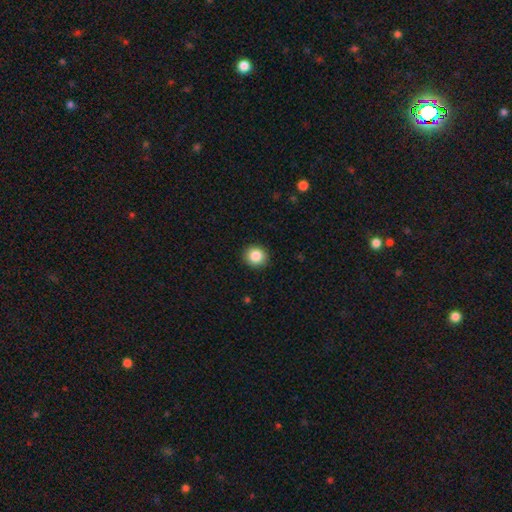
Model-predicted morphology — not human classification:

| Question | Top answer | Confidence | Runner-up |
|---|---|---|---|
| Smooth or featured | smooth | 85% | star or artifact (9%) |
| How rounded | round | 90% | in between (9%) |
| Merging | none | 92% | minor disturbance (5%) |